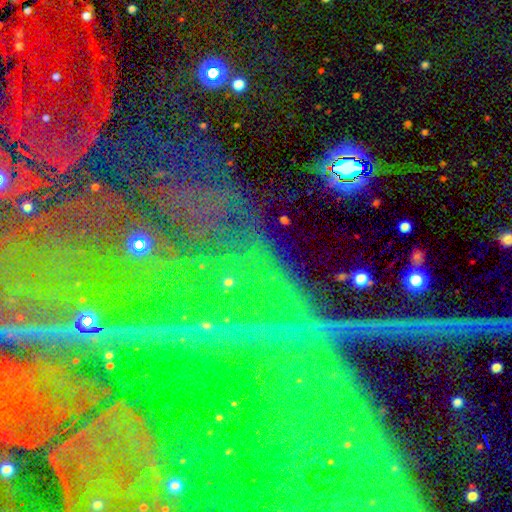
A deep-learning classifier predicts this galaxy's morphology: This appears to be a star or artifact, not a galaxy (76%).